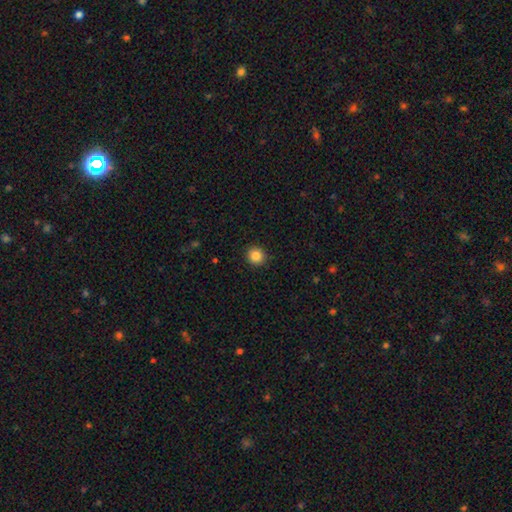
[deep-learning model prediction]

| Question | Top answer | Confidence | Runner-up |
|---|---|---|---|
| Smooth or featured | smooth | 85% | star or artifact (10%) |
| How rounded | round | 93% | in between (6%) |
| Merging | none | 92% | minor disturbance (5%) |